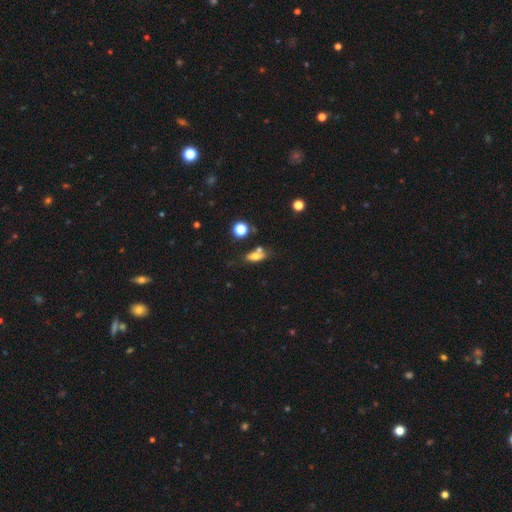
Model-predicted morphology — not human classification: smooth 65%, featured or disk 22%, star or artifact 13%. Down the decision tree: how rounded — in between (74%); merging — none (51%).